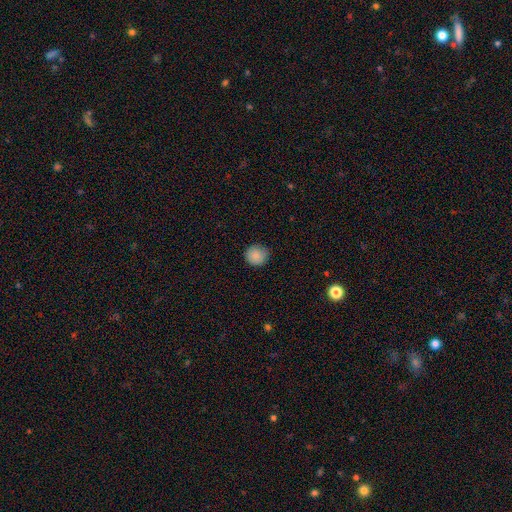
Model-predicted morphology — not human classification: Smooth or featured? Predicted: smooth (p=0.86). How rounded? Predicted: round (p=0.91). Merging? Predicted: none (p=0.84).